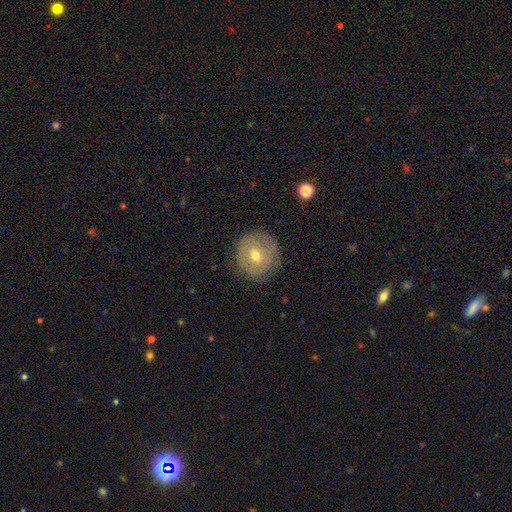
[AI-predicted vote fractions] smooth_or_featured: featured or disk (p=0.47) [alt: smooth p=0.45]
merging: none (p=0.83) [alt: minor disturbance p=0.12]